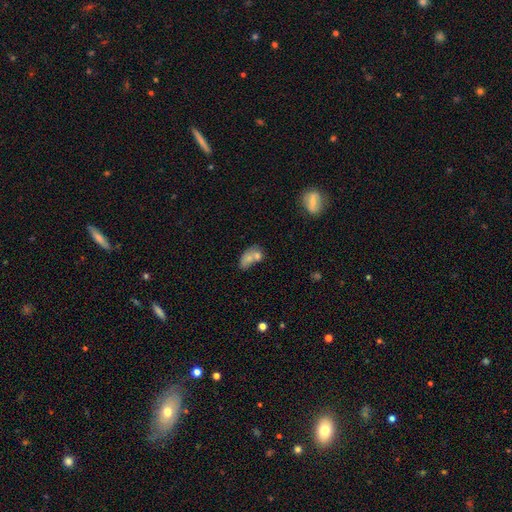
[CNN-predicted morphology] Smooth or featured? smooth (65%)
How rounded? in between (72%)
Merging? merger (47%)